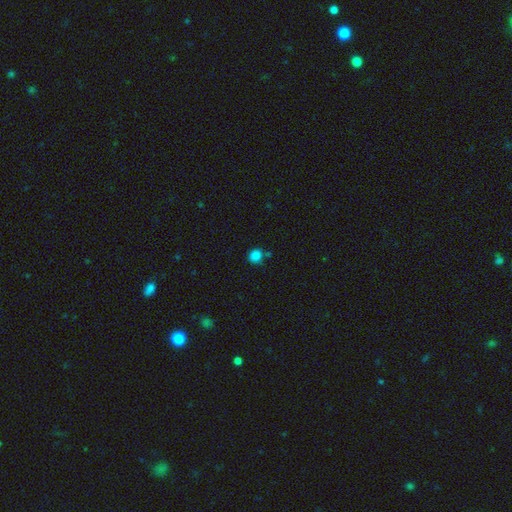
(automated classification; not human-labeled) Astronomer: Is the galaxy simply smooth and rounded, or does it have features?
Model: smooth — 84%.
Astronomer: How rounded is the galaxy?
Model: round — 88%.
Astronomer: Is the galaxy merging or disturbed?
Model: none — 72%.